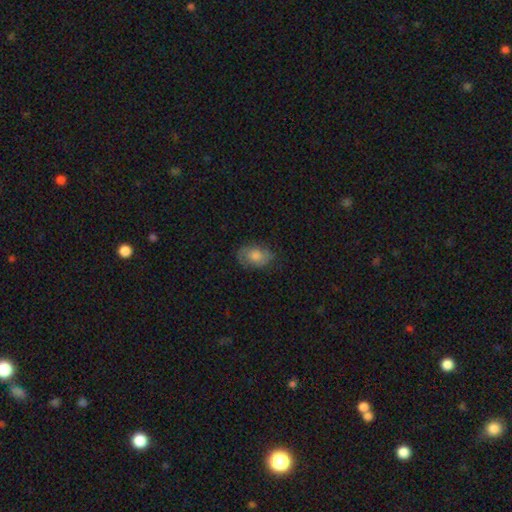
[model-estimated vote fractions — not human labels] This is likely a smooth galaxy (68%). How rounded: clearly in between (82%). Merging: likely none (73%).